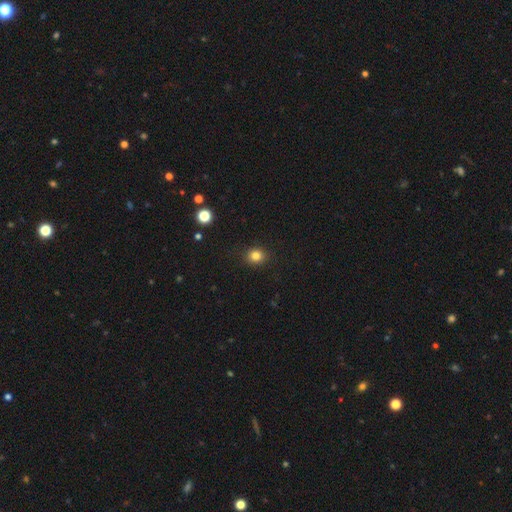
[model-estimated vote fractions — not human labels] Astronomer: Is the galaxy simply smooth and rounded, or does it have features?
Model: smooth — 82%.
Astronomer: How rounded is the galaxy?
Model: round — 75%.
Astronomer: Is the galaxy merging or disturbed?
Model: none — 90%.